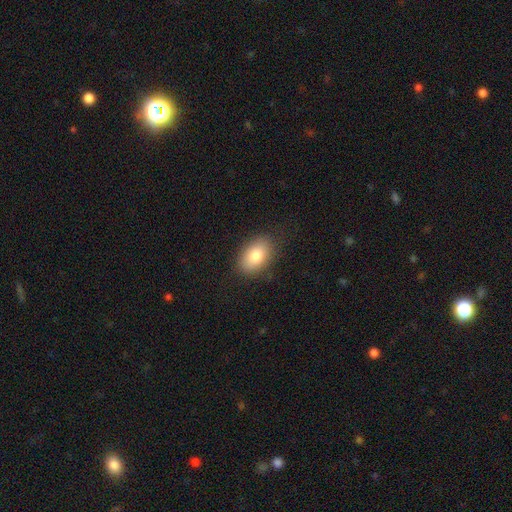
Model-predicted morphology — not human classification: smooth 82%, featured or disk 11%, star or artifact 8%. Down the decision tree: how rounded — in between (89%); merging — none (84%).